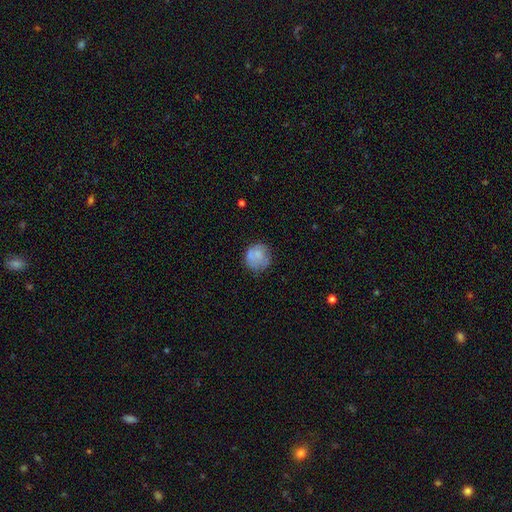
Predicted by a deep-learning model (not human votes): This appears to be a smooth galaxy with no disk features (67%) that is round (85%). Merging: none (62%).